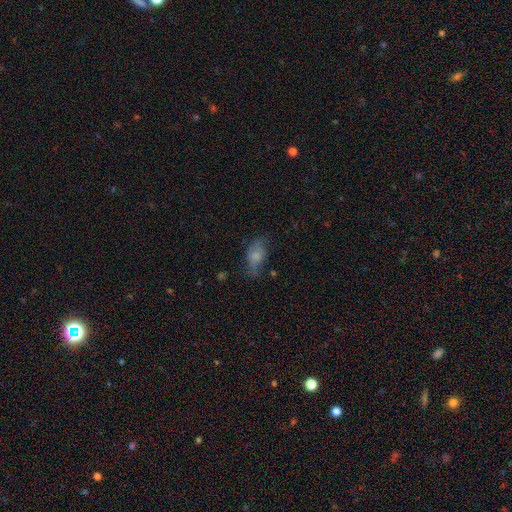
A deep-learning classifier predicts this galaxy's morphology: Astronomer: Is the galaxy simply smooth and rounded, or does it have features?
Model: smooth — 72%.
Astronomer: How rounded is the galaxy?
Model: in between — 86%.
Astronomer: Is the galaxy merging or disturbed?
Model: none — 51% (runner-up: minor disturbance, 29%).